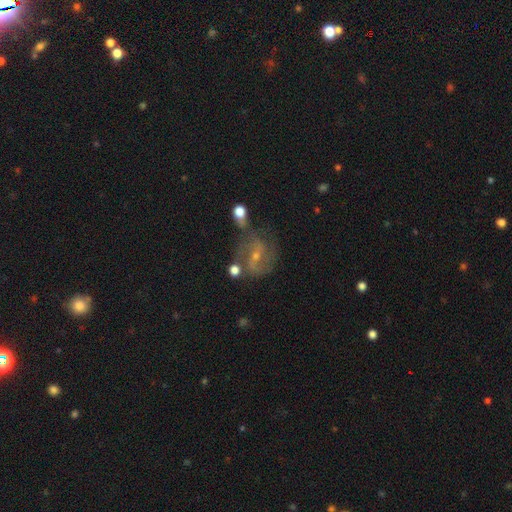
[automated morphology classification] This appears to be a featured or disk galaxy (74%) with a weak bar (49%), 2 (67%) medium (48%) spiral arms (87%) and a small central bulge (66%). Merging: none (54%).